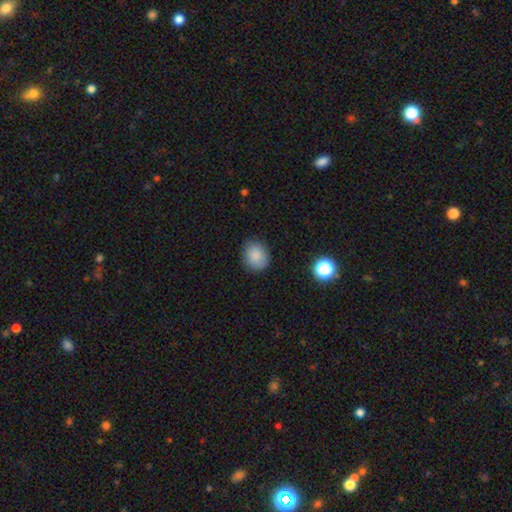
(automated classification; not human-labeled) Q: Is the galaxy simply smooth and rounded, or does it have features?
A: smooth — 85%.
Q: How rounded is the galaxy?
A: round — 67%.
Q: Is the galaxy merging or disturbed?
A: none — 83%.